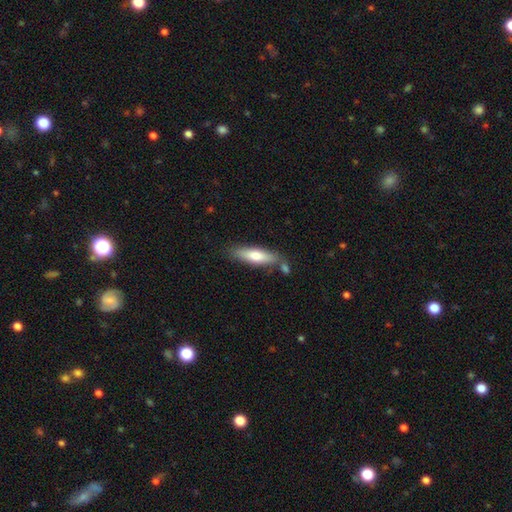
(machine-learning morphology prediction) Smooth or featured?
  - smooth: 69% *
  - featured or disk: 25%
  - star or artifact: 6%
How rounded?
  - cigar-shaped: 62% *
  - in between: 36%
  - round: 2%
Merging?
  - none: 71% *
  - minor disturbance: 14%
  - merger: 11%
  - major disturbance: 3%